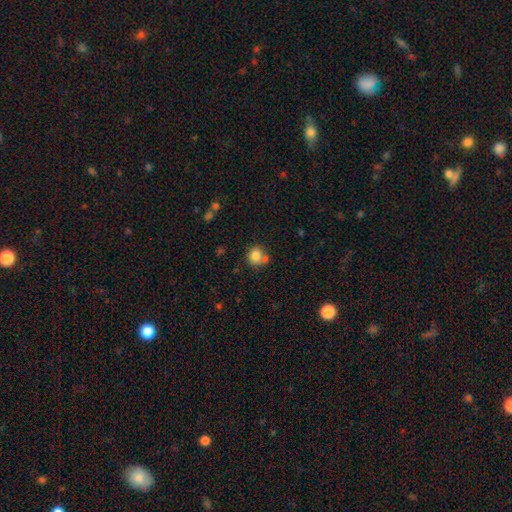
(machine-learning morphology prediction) smooth 80%, star or artifact 10%, featured or disk 9%. Down the decision tree: how rounded — round (84%); merging — none (57%).